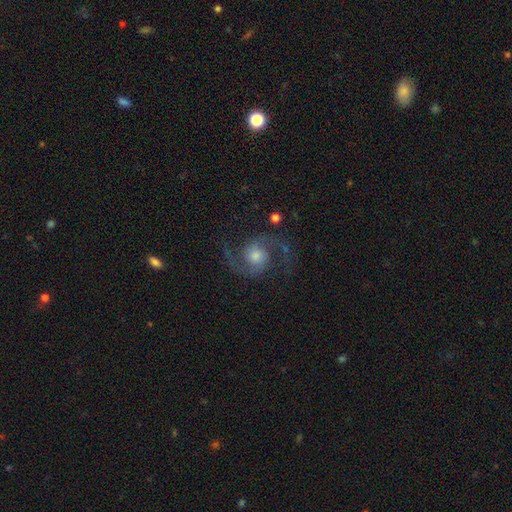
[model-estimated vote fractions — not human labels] Smooth or featured? featured or disk (90%)
Edge-on disk? no (98%)
Bar? no (69%)
Spiral arms? yes (98%)
Spiral winding? medium (56%)
Spiral arm count? 2 (94%)
Bulge size? moderate (51%)
Merging? none (80%)